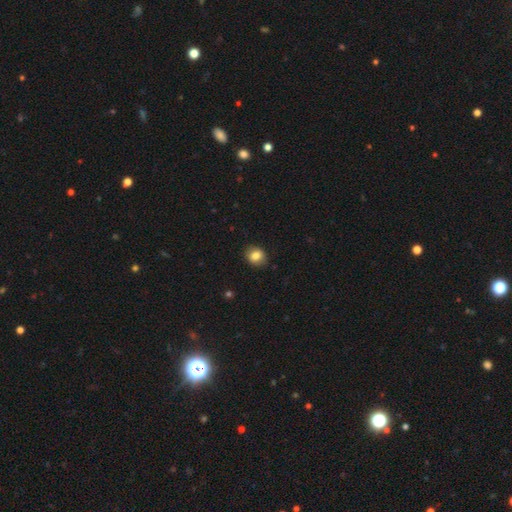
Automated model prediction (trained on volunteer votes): This is clearly a smooth galaxy (84%). How rounded: likely round (63%). Merging: clearly none (87%).